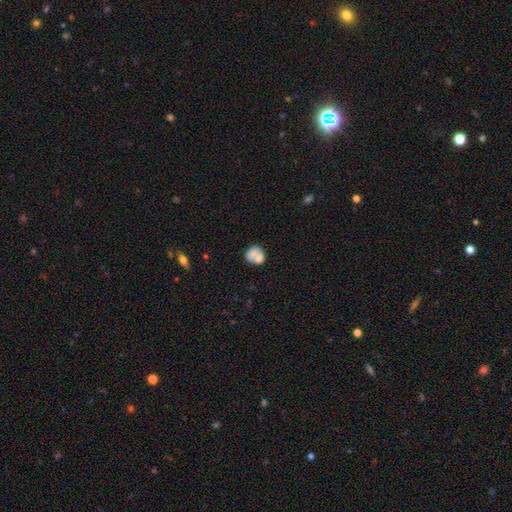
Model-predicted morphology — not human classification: type=smooth (71%); roundness=round (73%); merging=none (42%).